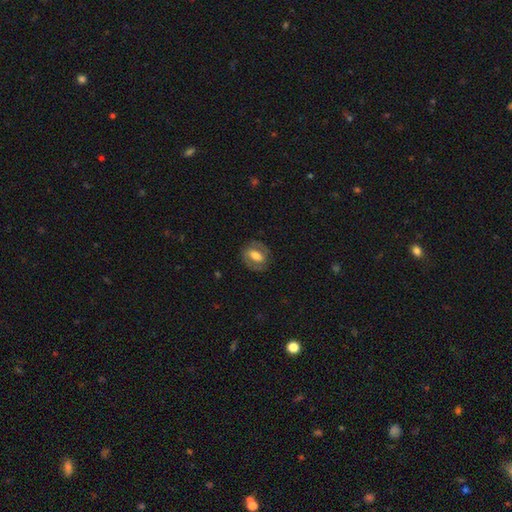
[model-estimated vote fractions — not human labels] The model was most divided on "smooth or featured": featured or disk: 47%, smooth: 46%, star or artifact: 7%. More confident: merging — none (77%).